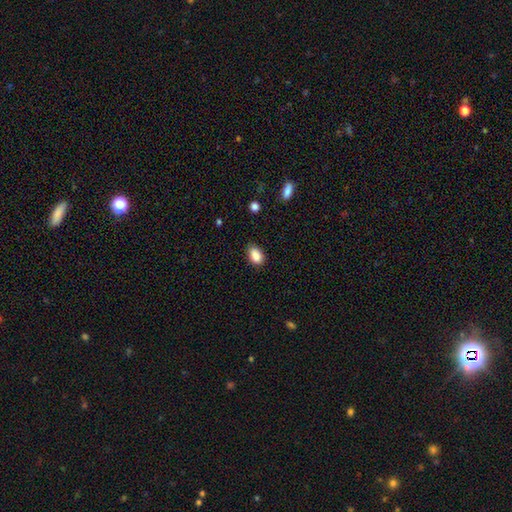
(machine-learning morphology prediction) This is clearly a smooth galaxy (88%). How rounded: clearly in between (87%). Merging: clearly none (84%).